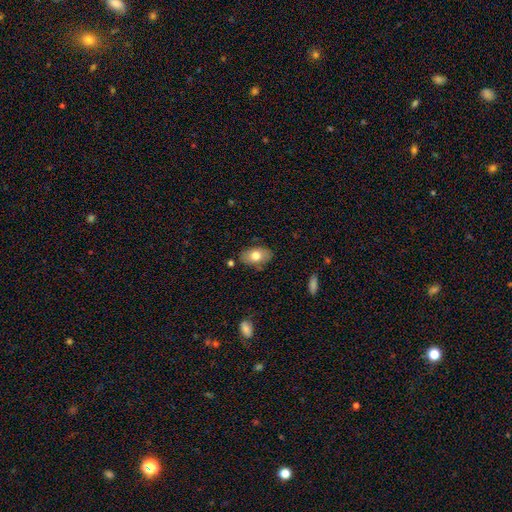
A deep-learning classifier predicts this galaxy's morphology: Smooth or featured: smooth — 73% (featured or disk — 19%)
How rounded: in between — 89% (round — 10%)
Merging: none — 81% (minor disturbance — 13%)